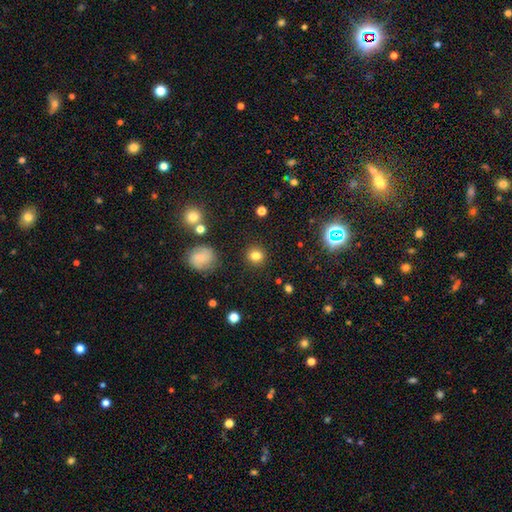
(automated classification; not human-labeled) smooth_or_featured: smooth (p=0.82) [alt: star or artifact p=0.11]
how_rounded: round (p=0.90) [alt: in between p=0.09]
merging: none (p=0.90) [alt: minor disturbance p=0.06]